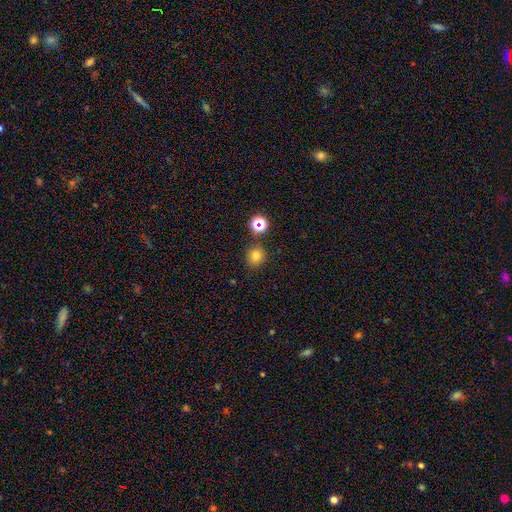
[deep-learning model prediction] The model was most divided on "smooth or featured": smooth: 75%, star or artifact: 18%, featured or disk: 7%. More confident: how rounded — round (89%); merging — none (84%).